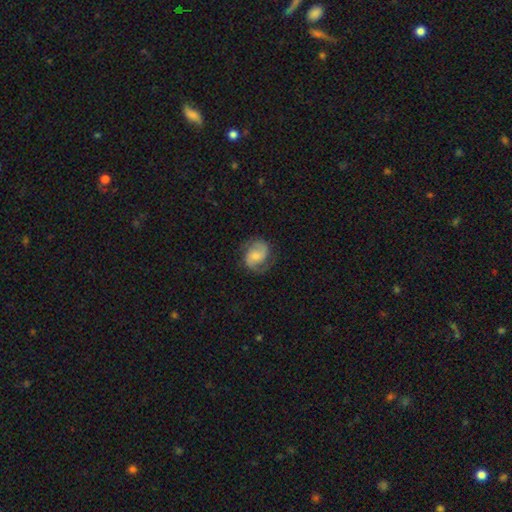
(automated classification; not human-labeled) The model was most divided on "bulge size": small: 45%, moderate: 44%, none: 6%, large: 4%, dominant: 1%. Remaining: edge-on disk — no (98%); spiral arms — yes (95%); spiral arm count — 2 (89%); merging — none (77%); smooth or featured — featured or disk (74%); bar — no (58%); spiral winding — medium (49%).